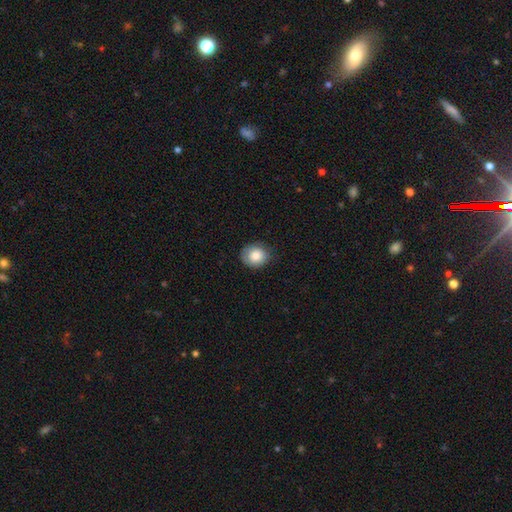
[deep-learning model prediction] This appears to be a smooth galaxy with no disk features (84%) that is round (73%). Merging: none (76%).